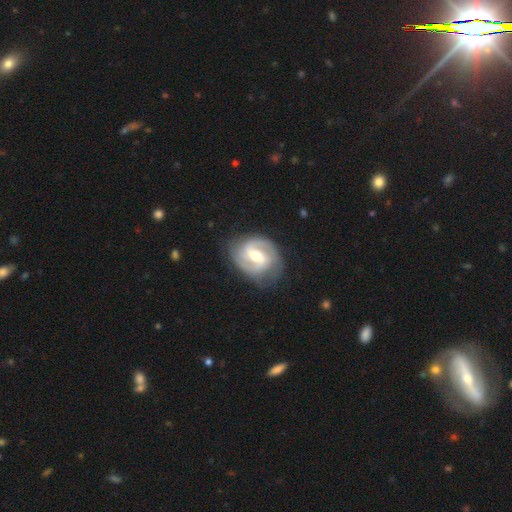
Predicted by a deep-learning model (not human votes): A featured or disk galaxy (87%) with a weak bar (49%), 2 (77%) medium (50%) spiral arms (96%) and a moderate central bulge (64%). Merging: none (77%).